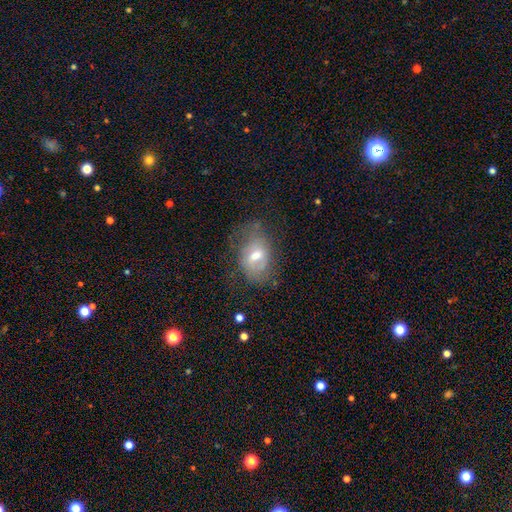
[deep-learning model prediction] A featured or disk galaxy (50%).

Vote fractions:
- Smooth or featured? featured or disk: 50% / smooth: 39% / star or artifact: 11%
- Edge-on disk? no: 92% / yes: 8%
- Merging? none: 52% / minor disturbance: 29% / major disturbance: 17% / merger: 2%